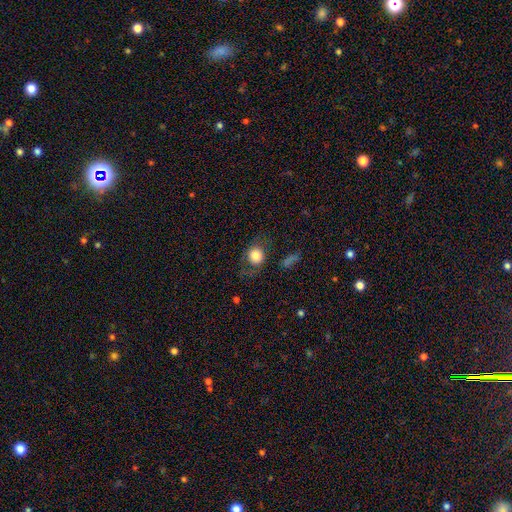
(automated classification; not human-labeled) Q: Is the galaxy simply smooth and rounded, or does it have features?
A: smooth — 74%.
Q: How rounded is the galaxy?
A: round — 74%.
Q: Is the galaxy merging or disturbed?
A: none — 63%.